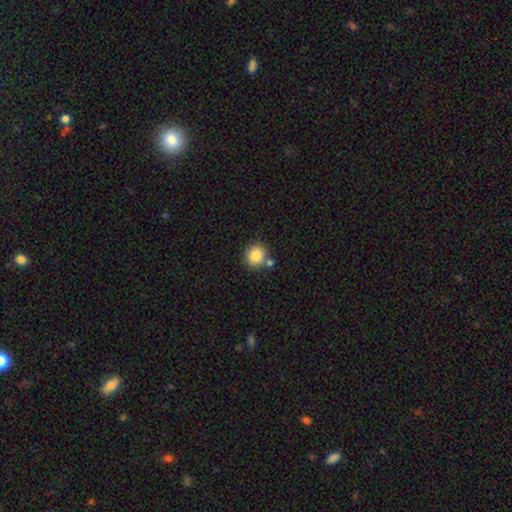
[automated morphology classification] This is clearly a smooth galaxy (85%). How rounded: clearly round (84%). Merging: likely none (72%).